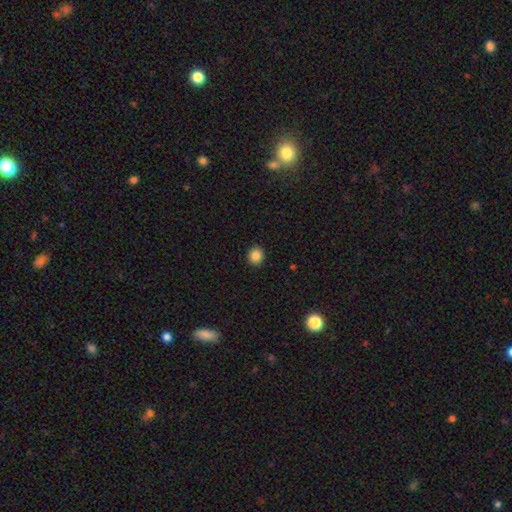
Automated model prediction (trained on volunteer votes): smooth-or-featured: smooth: 86% | star or artifact: 10% | featured or disk: 4%
  how-rounded: round: 85% | in between: 14% | cigar-shaped: 1%
  merging: none: 93% | minor disturbance: 5% | major disturbance: 2% | merger: 1%